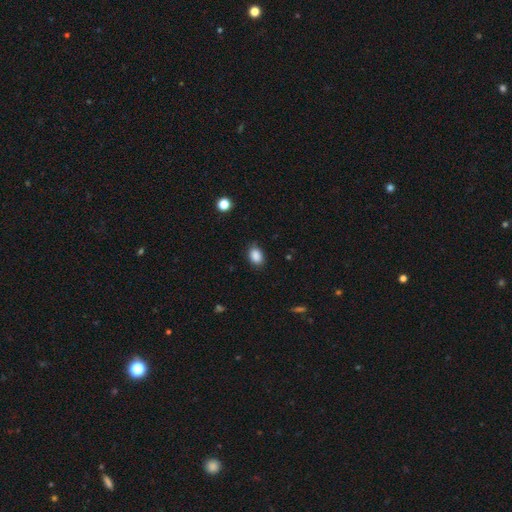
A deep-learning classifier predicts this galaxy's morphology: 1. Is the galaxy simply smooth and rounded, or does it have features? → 88% smooth, 9% star or artifact, 4% featured or disk.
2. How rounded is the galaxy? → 80% in between, 19% round, 1% cigar-shaped.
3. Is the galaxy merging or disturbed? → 81% none, 15% minor disturbance, 3% major disturbance, 1% merger.